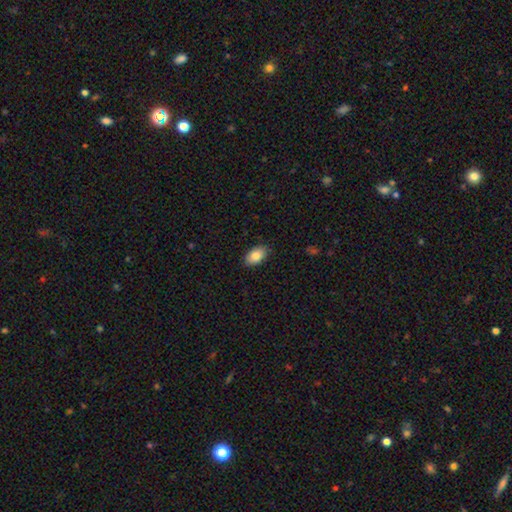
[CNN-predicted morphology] Smooth or featured?
  - smooth: 85% *
  - featured or disk: 8%
  - star or artifact: 7%
How rounded?
  - in between: 93% *
  - round: 6%
  - cigar-shaped: 1%
Merging?
  - none: 87% *
  - minor disturbance: 10%
  - major disturbance: 2%
  - merger: 1%